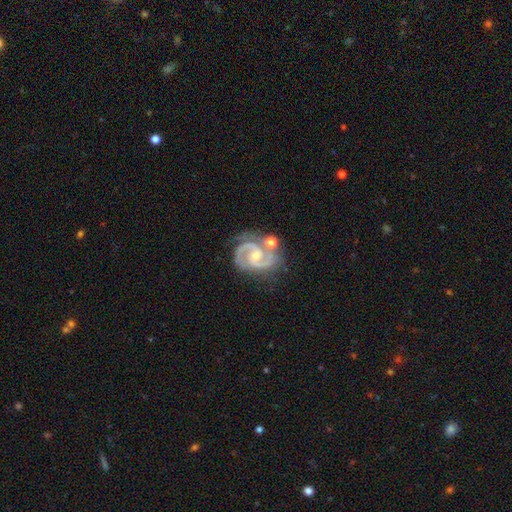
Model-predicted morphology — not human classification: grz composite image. It shows a featured or disk galaxy (92%) with no bar (50%), 2 (90%) medium (55%) spiral arms (99%) and a small central bulge (54%). Merging: none (67%).